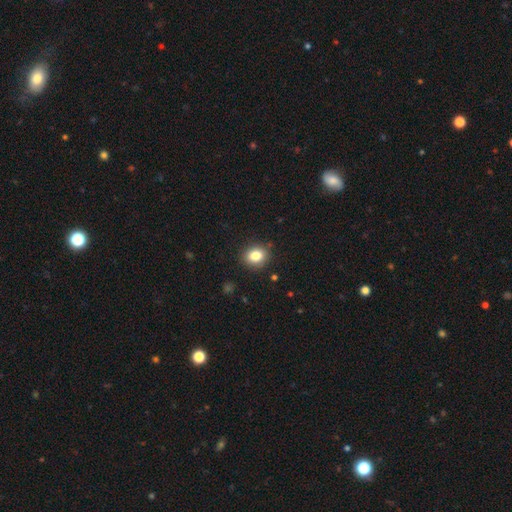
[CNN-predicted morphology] Smooth or featured? Predicted: smooth (p=0.83). How rounded? Predicted: round (p=0.62). Merging? Predicted: none (p=0.88).